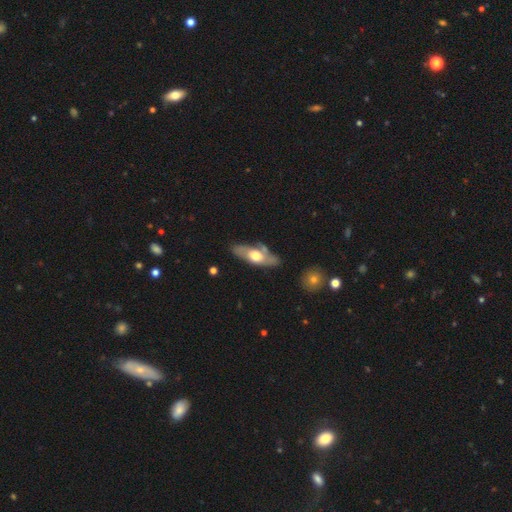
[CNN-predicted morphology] Smooth or featured: featured or disk — 51% (smooth — 44%)
Edge-on disk: no — 56% (yes — 44%)
Merging: none — 66% (minor disturbance — 21%)